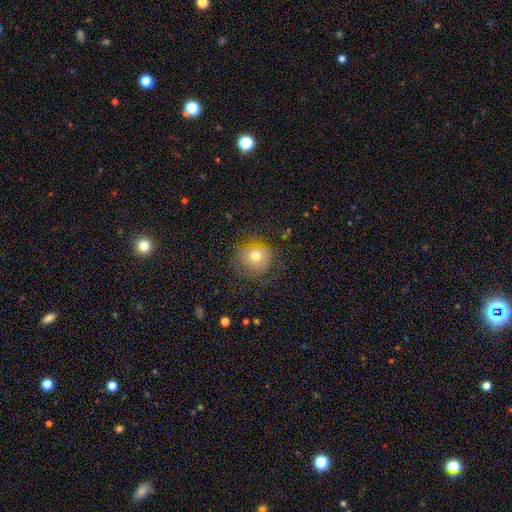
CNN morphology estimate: type=smooth (69%); roundness=round (87%); merging=none (72%).